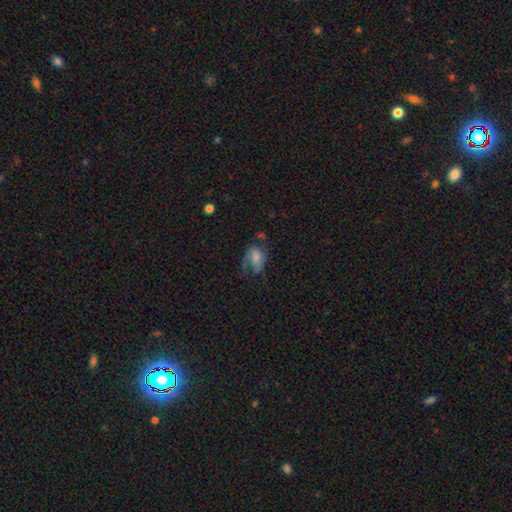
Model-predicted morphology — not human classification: Smooth or featured? smooth (52%)
How rounded? in between (83%)
Merging? major disturbance (34%, tied with none)